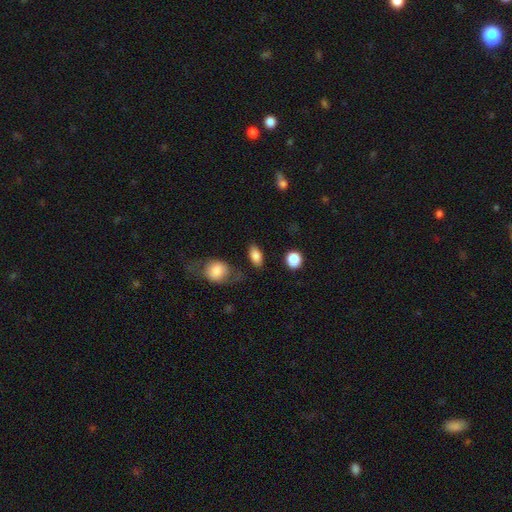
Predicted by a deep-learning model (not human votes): smooth_or_featured: smooth (p=0.86) [alt: star or artifact p=0.08]
how_rounded: in between (p=0.88) [alt: round p=0.08]
merging: none (p=0.80) [alt: minor disturbance p=0.12]